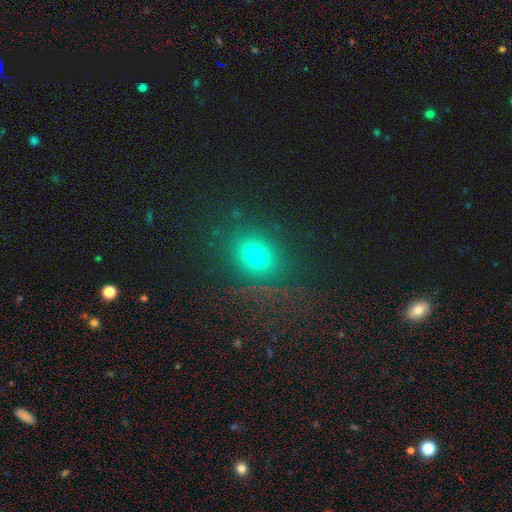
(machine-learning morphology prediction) type=smooth (70%); roundness=round (56%); merging=none (81%).